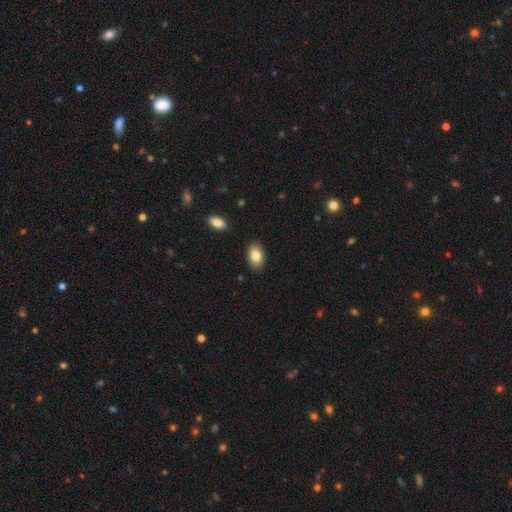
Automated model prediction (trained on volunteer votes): smooth 84%, featured or disk 8%, star or artifact 7%. Down the decision tree: how rounded — in between (91%); merging — none (88%).